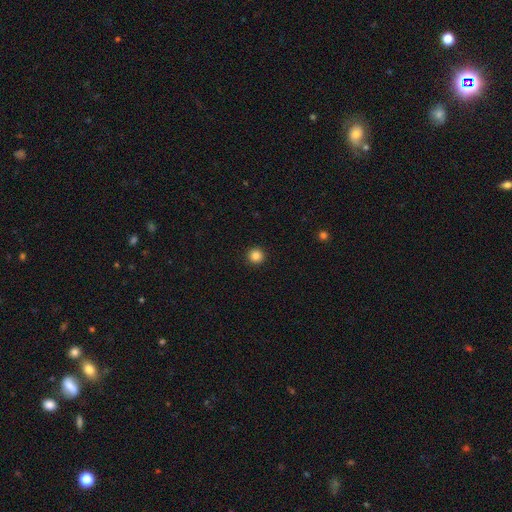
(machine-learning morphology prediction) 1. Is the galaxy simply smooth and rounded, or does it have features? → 85% smooth, 11% star or artifact, 4% featured or disk.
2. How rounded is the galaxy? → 96% round, 3% in between, 1% cigar-shaped.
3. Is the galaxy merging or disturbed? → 94% none, 4% minor disturbance, 1% major disturbance, 1% merger.